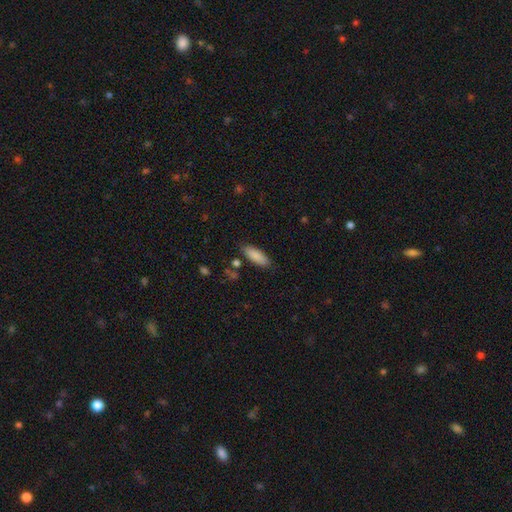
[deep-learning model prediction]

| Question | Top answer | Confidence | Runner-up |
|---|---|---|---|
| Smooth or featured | smooth | 87% | featured or disk (7%) |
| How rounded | in between | 67% | cigar-shaped (31%) |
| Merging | none | 84% | minor disturbance (11%) |